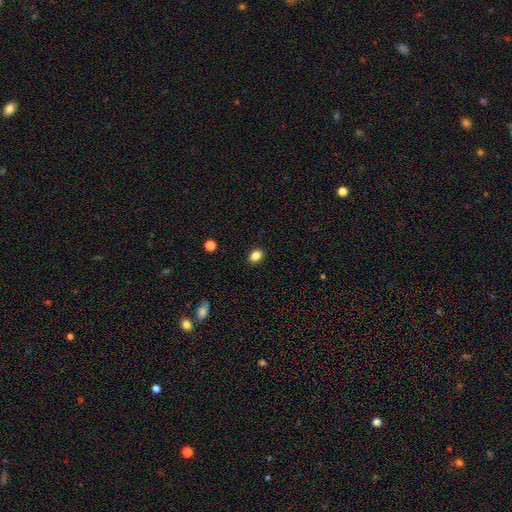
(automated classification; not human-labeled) Smooth or featured? smooth (85%)
How rounded? in between (73%)
Merging? none (89%)